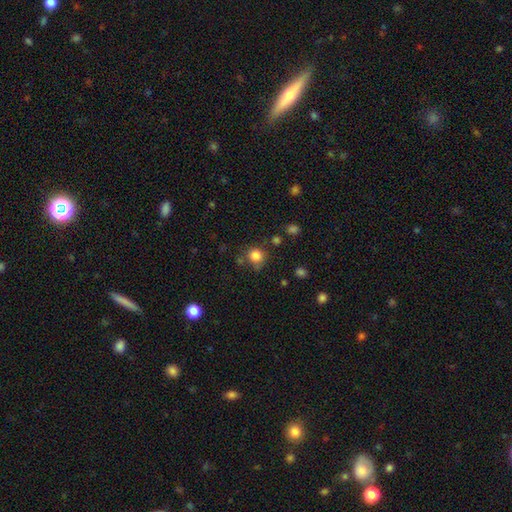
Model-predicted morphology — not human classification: Smooth or featured? Predicted: smooth (p=0.83). How rounded? Predicted: round (p=0.88). Merging? Predicted: none (p=0.73).